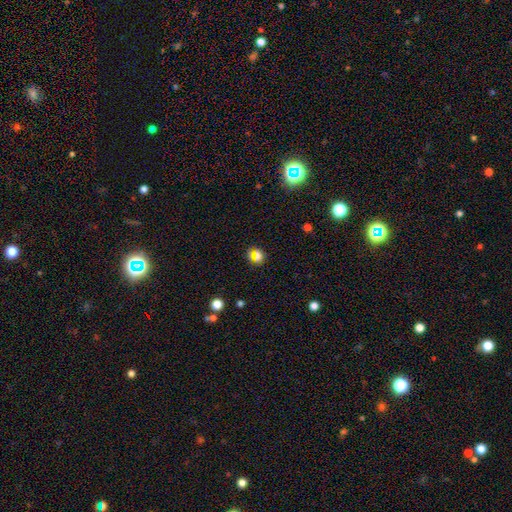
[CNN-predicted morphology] smooth 58%, star or artifact 32%, featured or disk 10%. Down the decision tree: how rounded — round (77%); merging — none (77%).